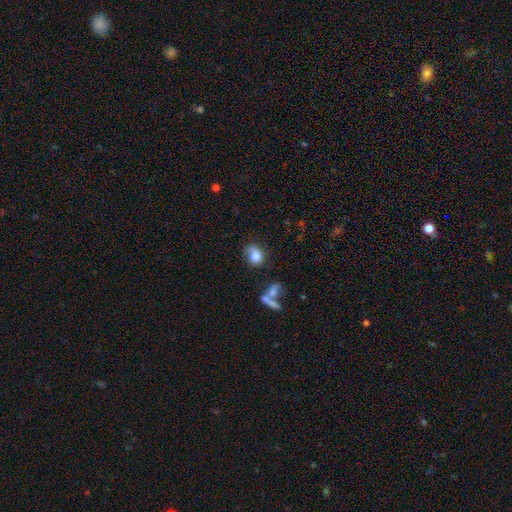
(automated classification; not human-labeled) This is likely a smooth galaxy (78%). How rounded: possibly in between (58%). Merging: possibly none (51%).